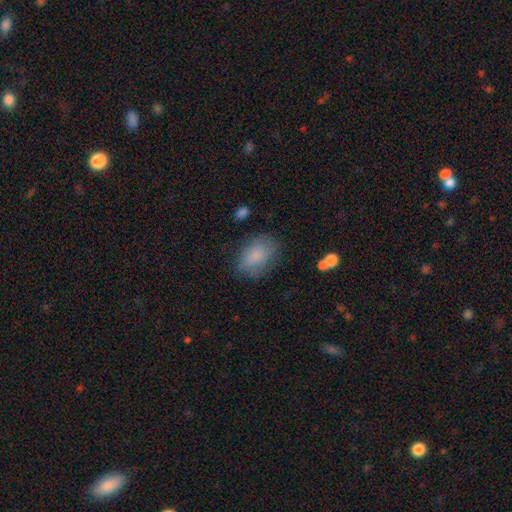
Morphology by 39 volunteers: Smooth or featured: smooth — 79% (featured or disk — 13%)
How rounded: in between — 71% (round — 29%)
Merging: none — 56% (minor disturbance — 25%)